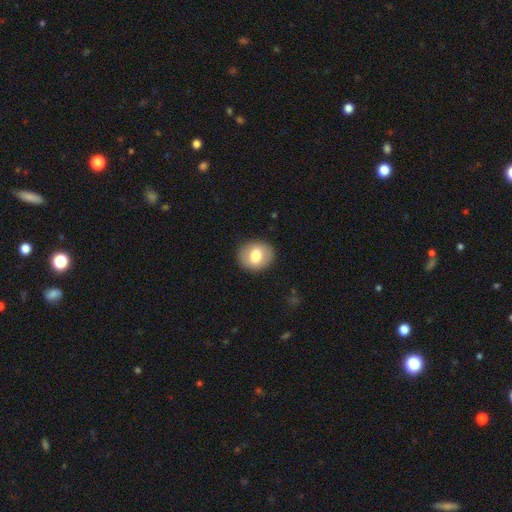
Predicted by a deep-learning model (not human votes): Smooth or featured?
  - smooth: 72% *
  - featured or disk: 21%
  - star or artifact: 7%
How rounded?
  - round: 59% *
  - in between: 40%
  - cigar-shaped: 1%
Merging?
  - none: 88% *
  - minor disturbance: 8%
  - major disturbance: 3%
  - merger: 1%